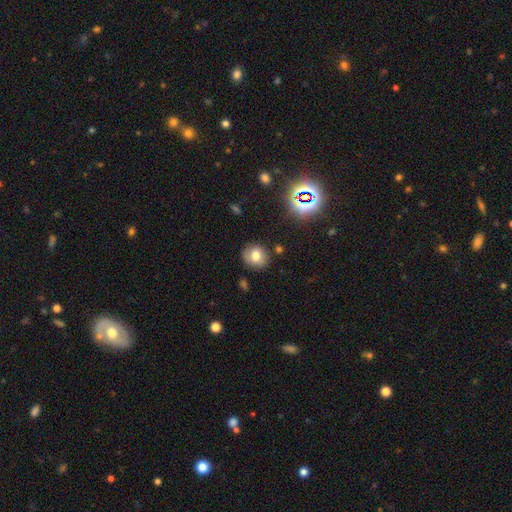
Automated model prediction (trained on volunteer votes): The model was most divided on "how rounded": round: 73%, in between: 26%, cigar-shaped: 1%. More confident: merging — none (81%); smooth or featured — smooth (72%).